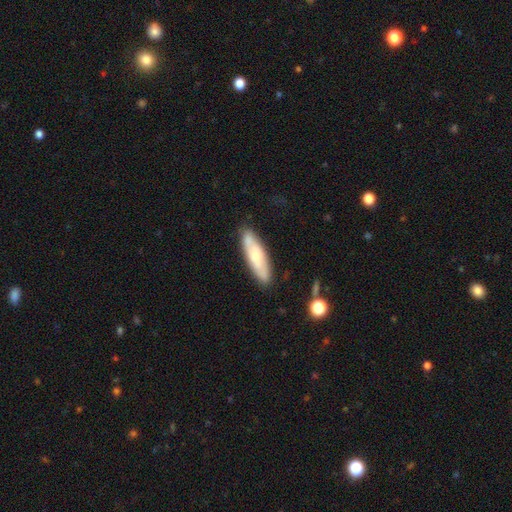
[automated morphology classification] smooth-or-featured: smooth: 56% | featured or disk: 39% | star or artifact: 6%
  how-rounded: cigar-shaped: 59% | in between: 39% | round: 2%
  merging: none: 83% | minor disturbance: 13% | major disturbance: 2% | merger: 2%